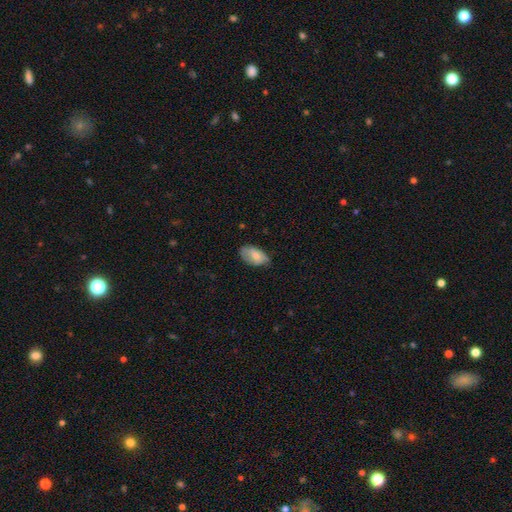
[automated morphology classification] smooth-or-featured: smooth: 73% | featured or disk: 21% | star or artifact: 7%
  how-rounded: in between: 93% | round: 5% | cigar-shaped: 2%
  merging: none: 57% | minor disturbance: 33% | major disturbance: 8% | merger: 1%